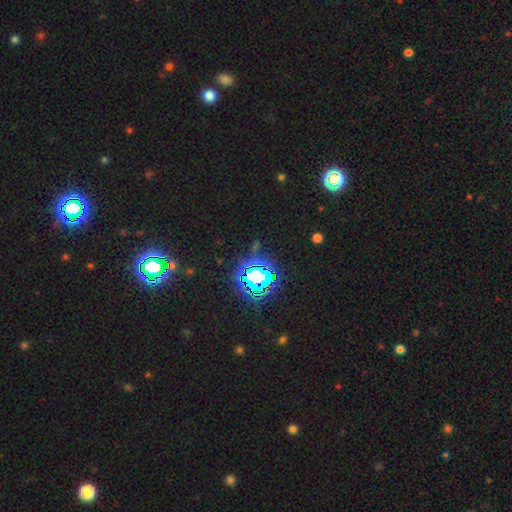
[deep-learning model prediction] Smooth or featured: star or artifact — 80% (smooth — 13%)